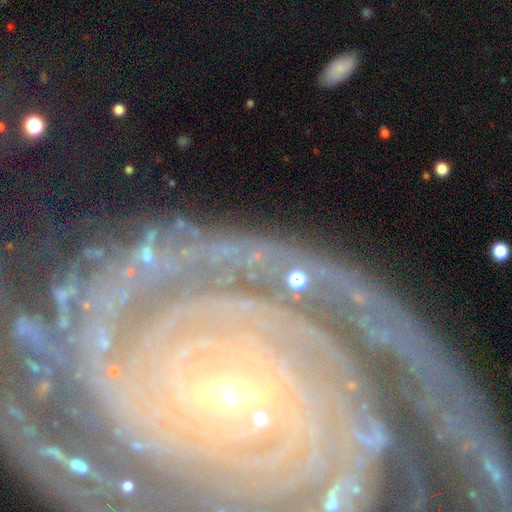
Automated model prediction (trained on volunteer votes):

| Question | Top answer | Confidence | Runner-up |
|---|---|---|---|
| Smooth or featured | featured or disk | 83% | star or artifact (11%) |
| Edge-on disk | no | 94% | yes (6%) |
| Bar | strong | 35% | no (34%) |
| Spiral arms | yes | 93% | no (7%) |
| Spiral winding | tight | 78% | medium (17%) |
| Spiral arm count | can't tell | 26% | 2 (21%) |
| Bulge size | small | 57% | moderate (35%) |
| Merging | none | 74% | minor disturbance (14%) |